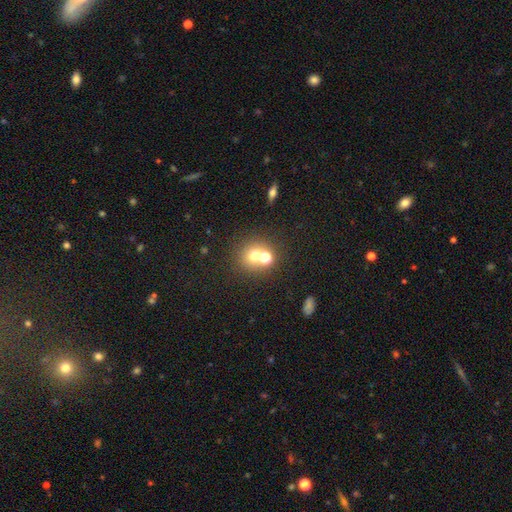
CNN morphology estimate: Q: Smooth or featured?
A: smooth (66%); runner-up: star or artifact (19%)
Q: How rounded?
A: round (85%); runner-up: in between (14%)
Q: Merging?
A: none (50%); runner-up: merger (40%)